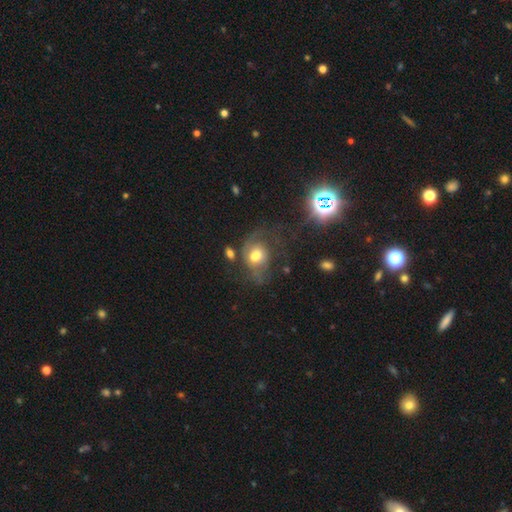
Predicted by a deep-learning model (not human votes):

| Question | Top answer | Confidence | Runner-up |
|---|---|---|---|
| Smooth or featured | featured or disk | 46% | smooth (42%) |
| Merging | major disturbance | 35% | none (34%) |